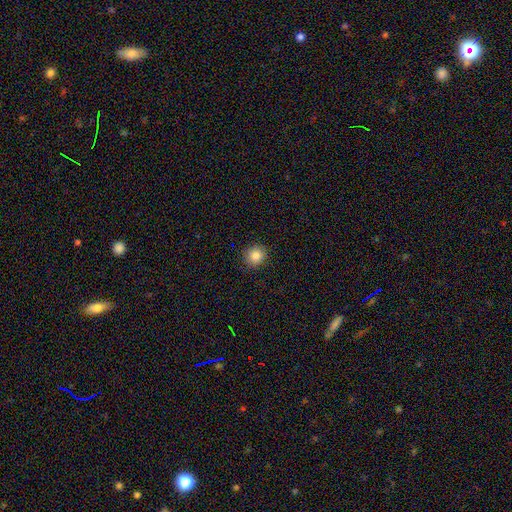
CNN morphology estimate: smooth 85%, star or artifact 10%, featured or disk 5%. Down the decision tree: how rounded — round (88%); merging — none (88%).